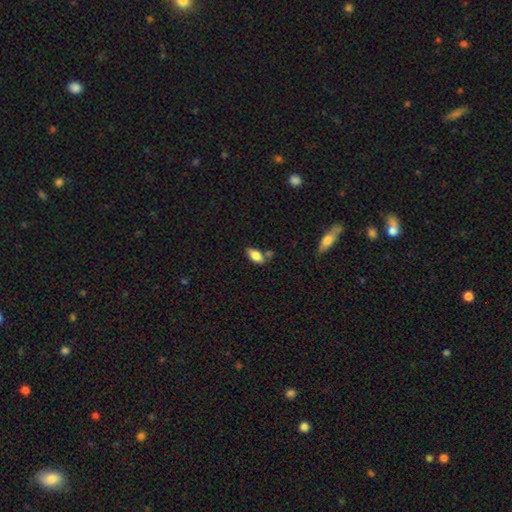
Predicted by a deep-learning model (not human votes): Smooth or featured? Predicted: smooth (p=0.79). How rounded? Predicted: in between (p=0.88). Merging? Predicted: none (p=0.63).